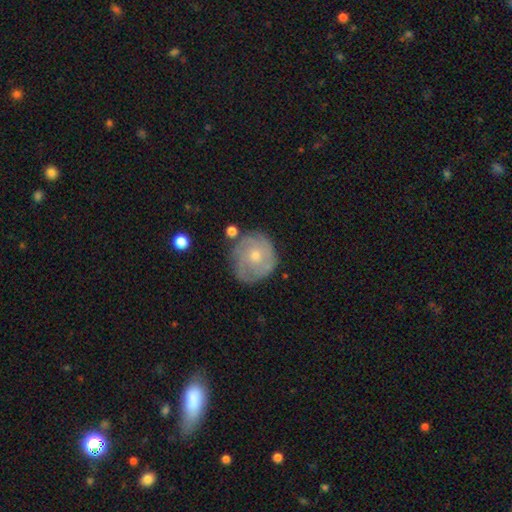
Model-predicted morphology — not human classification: smooth-or-featured: featured or disk: 60% | smooth: 33% | star or artifact: 7%
  disk-edge-on: no: 97% | yes: 3%
    bar: no: 83% | weak: 15% | strong: 2%
    has-spiral-arms: yes: 78% | no: 22%
    bulge-size: small: 53% | moderate: 43% | large: 1% | none: 1% | dominant: 1%
  merging: none: 69% | minor disturbance: 20% | major disturbance: 6% | merger: 4%